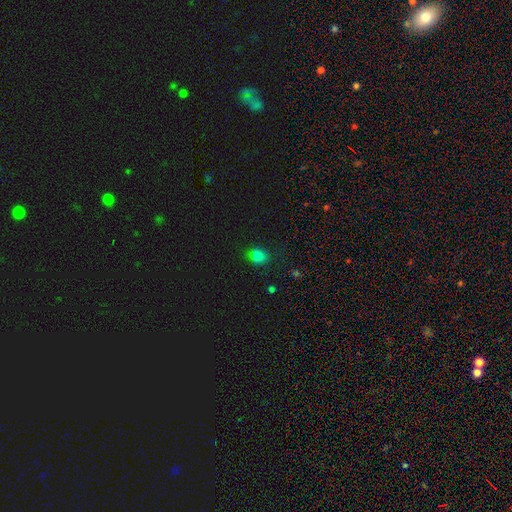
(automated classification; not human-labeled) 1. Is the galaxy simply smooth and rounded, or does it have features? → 73% smooth, 22% star or artifact, 5% featured or disk.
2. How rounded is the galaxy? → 61% round, 38% in between, 1% cigar-shaped.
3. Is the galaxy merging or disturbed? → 71% none, 19% minor disturbance, 6% major disturbance, 3% merger.